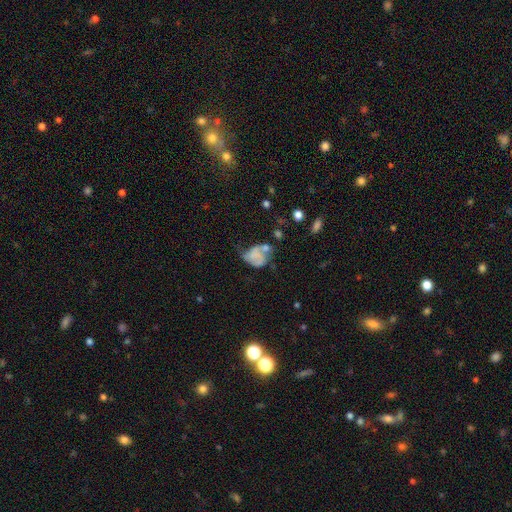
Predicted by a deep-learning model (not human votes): A featured or disk galaxy (52%) with no bar (75%), spiral arms (65%) and no central bulge (58%). Merging: major disturbance (27%, tied with none).